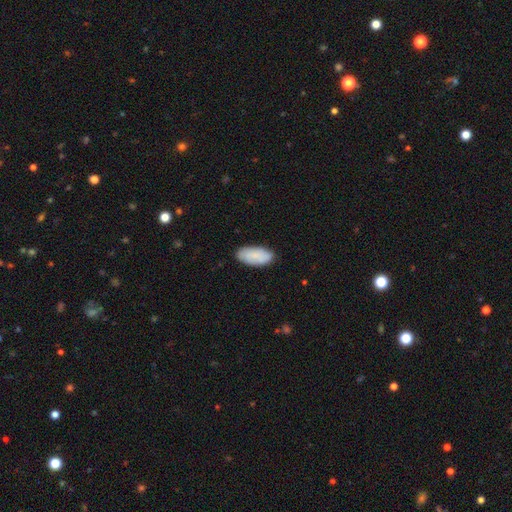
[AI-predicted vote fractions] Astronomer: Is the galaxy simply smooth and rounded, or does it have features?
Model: smooth — 78%.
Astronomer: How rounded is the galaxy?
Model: in between — 93%.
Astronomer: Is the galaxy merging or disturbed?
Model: none — 83%.